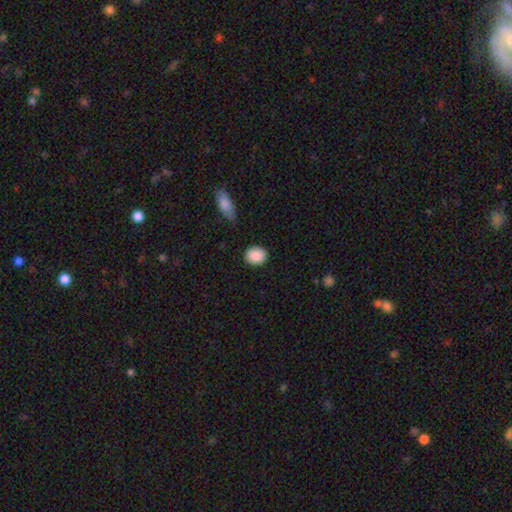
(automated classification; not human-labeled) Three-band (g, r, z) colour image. It shows a smooth galaxy with no disk features (90%) that is round (66%). Merging: none (87%).